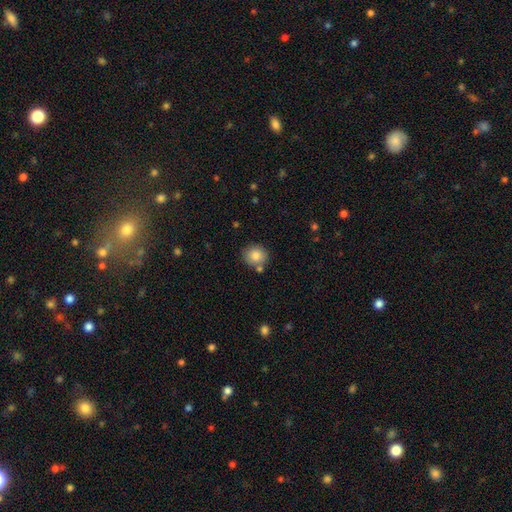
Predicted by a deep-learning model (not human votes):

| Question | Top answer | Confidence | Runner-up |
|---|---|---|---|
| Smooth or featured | smooth | 84% | star or artifact (9%) |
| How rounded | round | 84% | in between (15%) |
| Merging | none | 77% | minor disturbance (11%) |